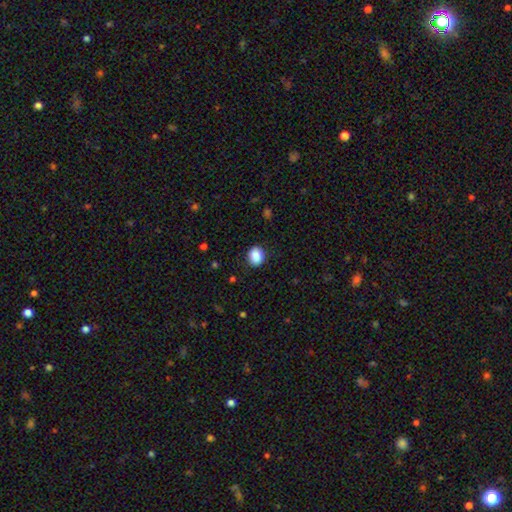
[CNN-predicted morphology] A smooth galaxy with no disk features (88%) that is round (55%). Merging: none (86%).